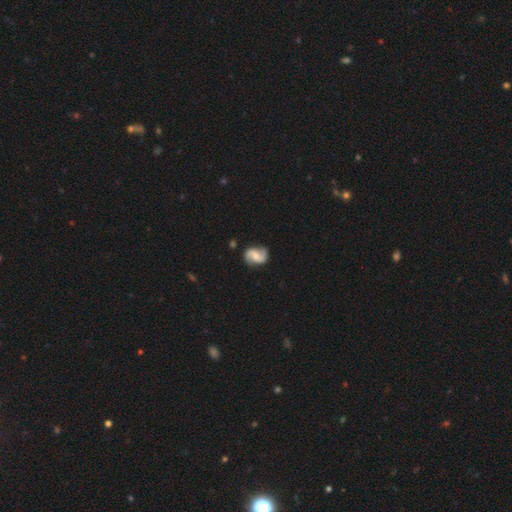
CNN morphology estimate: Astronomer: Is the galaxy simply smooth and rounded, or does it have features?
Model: featured or disk — 83%.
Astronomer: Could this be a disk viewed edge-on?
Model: no — 98%.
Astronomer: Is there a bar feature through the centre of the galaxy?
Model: weak — 46% (runner-up: no, 39%).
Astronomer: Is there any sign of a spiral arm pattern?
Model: yes — 97%.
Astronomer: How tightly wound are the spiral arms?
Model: medium — 46% (runner-up: loose, 39%).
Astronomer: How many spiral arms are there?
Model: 2 — 93%.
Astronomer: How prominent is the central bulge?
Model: moderate — 37% (runner-up: small, 32%).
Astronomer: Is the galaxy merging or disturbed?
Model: none — 81%.